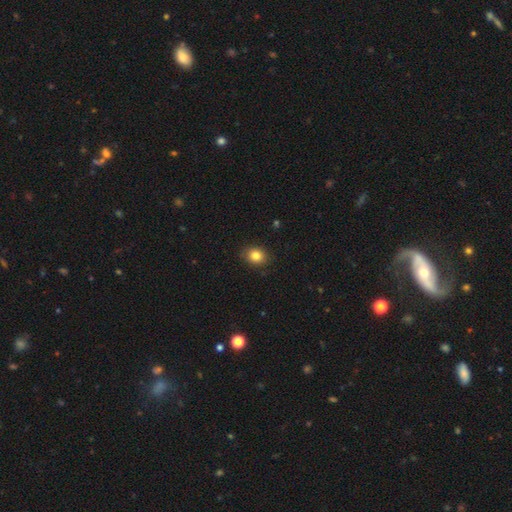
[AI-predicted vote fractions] Smooth or featured?
  - smooth: 84% *
  - star or artifact: 10%
  - featured or disk: 6%
How rounded?
  - round: 55% *
  - in between: 44%
  - cigar-shaped: 1%
Merging?
  - none: 88% *
  - minor disturbance: 9%
  - major disturbance: 2%
  - merger: 1%